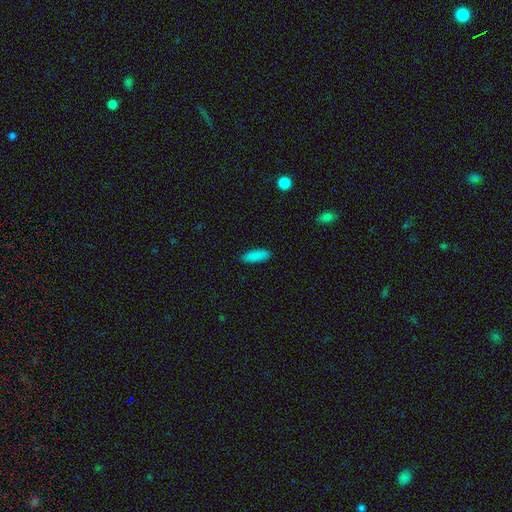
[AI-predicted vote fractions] smooth 88%, star or artifact 8%, featured or disk 5%. Down the decision tree: how rounded — in between (63%); merging — none (89%).